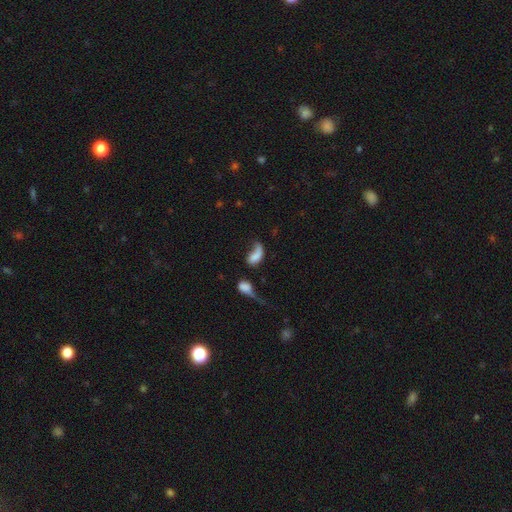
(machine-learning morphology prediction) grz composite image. It shows a smooth galaxy with no disk features (59%) that is in between round and cigar-shaped (82%). Merging: merger (33%).